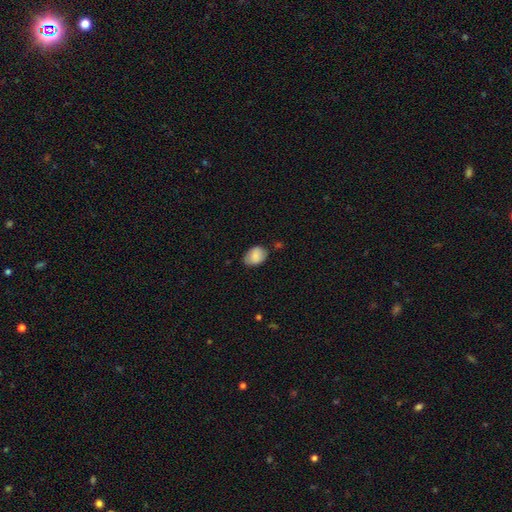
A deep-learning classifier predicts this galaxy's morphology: Overall: smooth (82%). How rounded: in between (78%). Merging: none (70%).